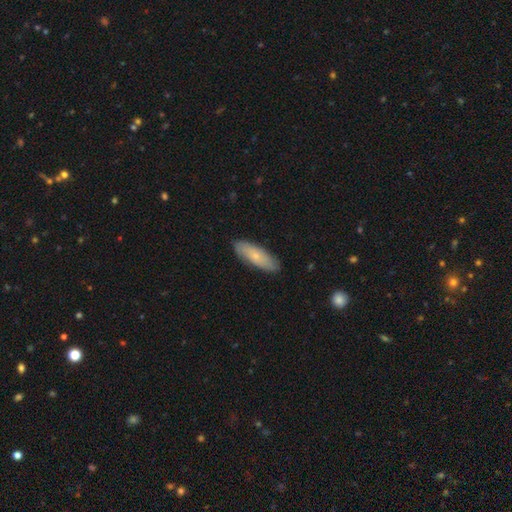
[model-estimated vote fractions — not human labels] Smooth or featured? Predicted: smooth (p=0.66). How rounded? Predicted: in between (p=0.54). Merging? Predicted: none (p=0.87).